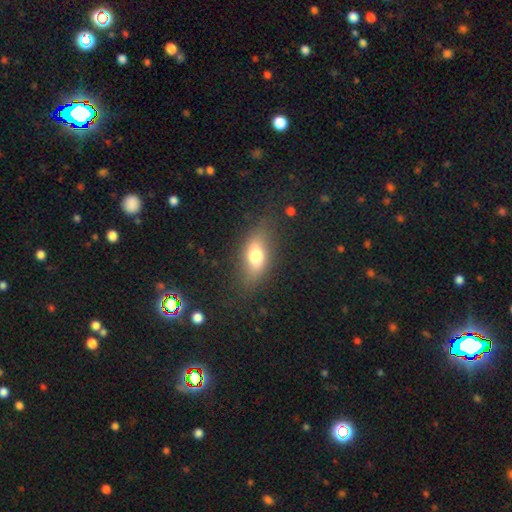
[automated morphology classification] type=smooth (65%); roundness=in between (78%); merging=none (75%).